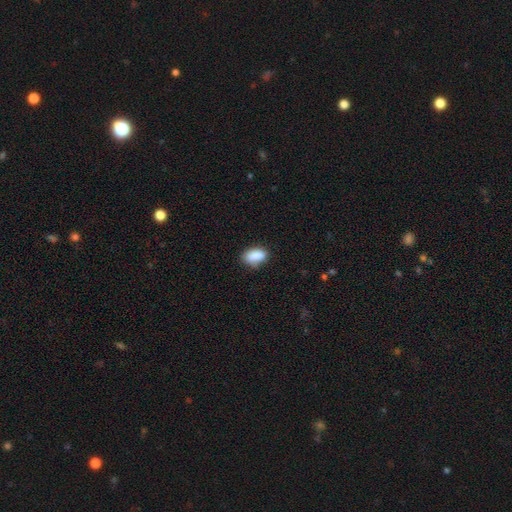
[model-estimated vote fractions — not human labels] Smooth or featured: smooth — 88% (star or artifact — 8%)
How rounded: in between — 90% (round — 7%)
Merging: none — 76% (minor disturbance — 18%)